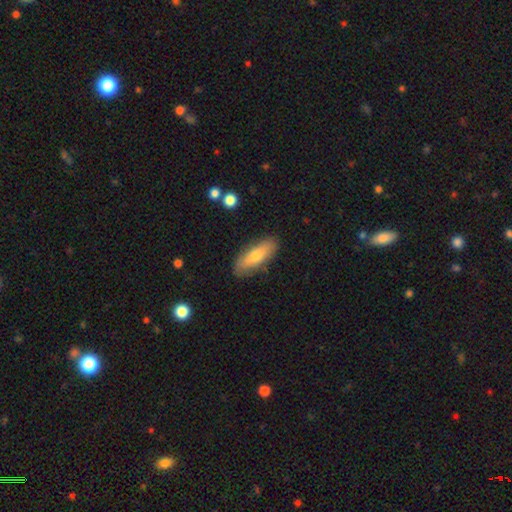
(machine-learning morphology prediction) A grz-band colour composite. It shows a smooth galaxy with no disk features (65%) that is in between round and cigar-shaped (59%). Merging: none (83%).